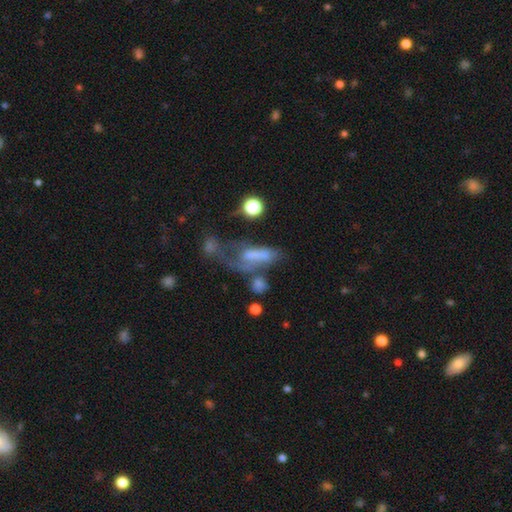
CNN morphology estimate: A featured or disk galaxy (45%).

Vote fractions:
- Smooth or featured? featured or disk: 45% / smooth: 40% / star or artifact: 15%
- Merging? major disturbance: 37% / merger: 25% / none: 22% / minor disturbance: 16%